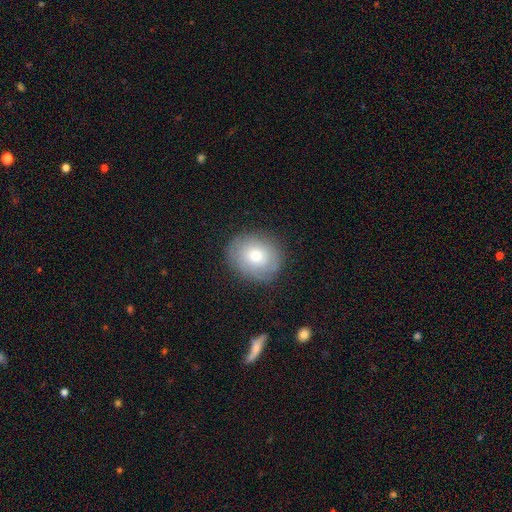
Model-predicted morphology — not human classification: A smooth galaxy with no disk features (61%) that is round (68%).

Vote fractions:
- Smooth or featured? smooth: 61% / featured or disk: 30% / star or artifact: 9%
- How rounded? round: 68% / in between: 31% / cigar-shaped: 1%
- Merging? none: 82% / minor disturbance: 13% / major disturbance: 4% / merger: 1%